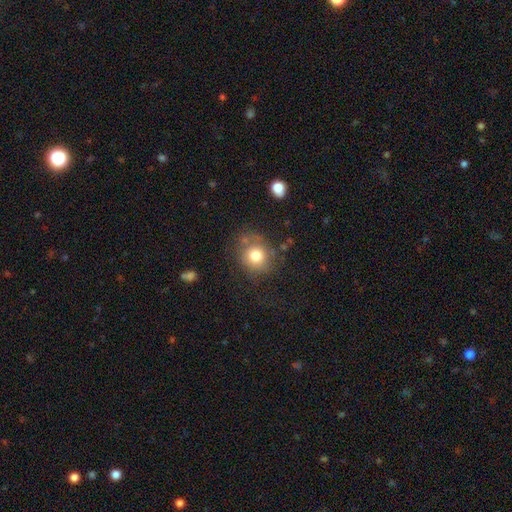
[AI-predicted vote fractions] smooth 76%, featured or disk 14%, star or artifact 11%. Down the decision tree: how rounded — round (81%); merging — none (65%).